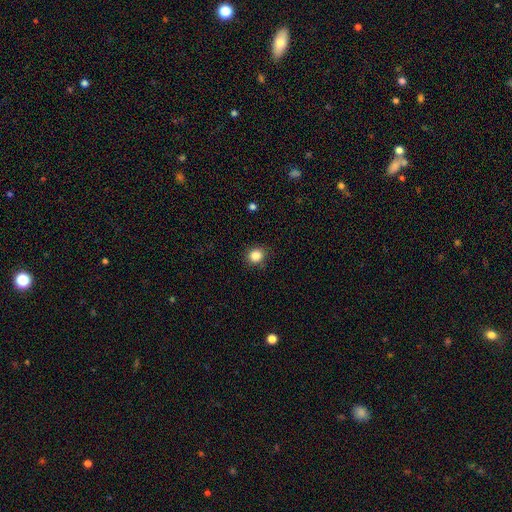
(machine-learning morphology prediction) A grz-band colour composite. It shows a smooth galaxy with no disk features (84%) that is round (80%). Merging: none (87%).